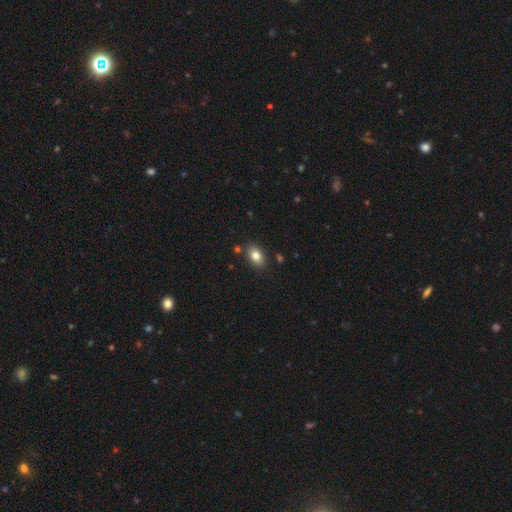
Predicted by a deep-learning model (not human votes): Smooth or featured? Predicted: smooth (p=0.82). How rounded? Predicted: in between (p=0.84). Merging? Predicted: none (p=0.82).